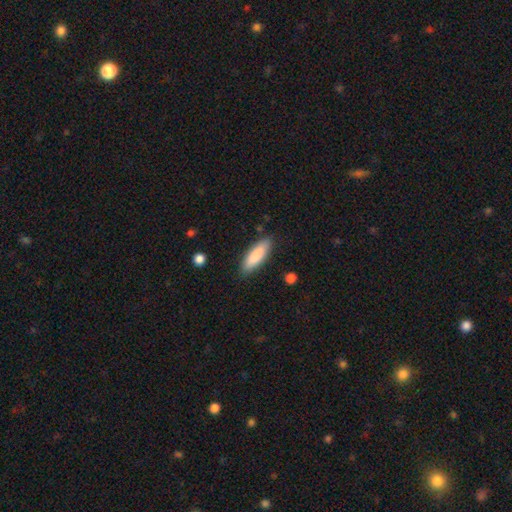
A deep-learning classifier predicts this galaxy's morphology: Smooth or featured? smooth (85%)
How rounded? cigar-shaped (49%, tied with in between)
Merging? none (86%)